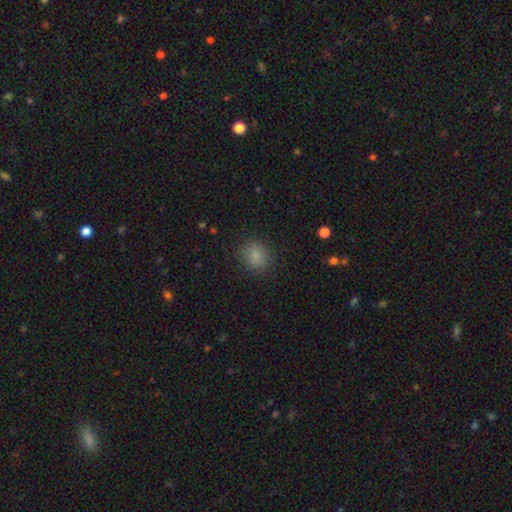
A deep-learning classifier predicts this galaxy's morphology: A smooth galaxy with no disk features (83%) that is round (67%).

Vote fractions:
- Smooth or featured? smooth: 83% / star or artifact: 12% / featured or disk: 5%
- How rounded? round: 67% / in between: 32% / cigar-shaped: 1%
- Merging? none: 84% / minor disturbance: 11% / major disturbance: 4% / merger: 1%